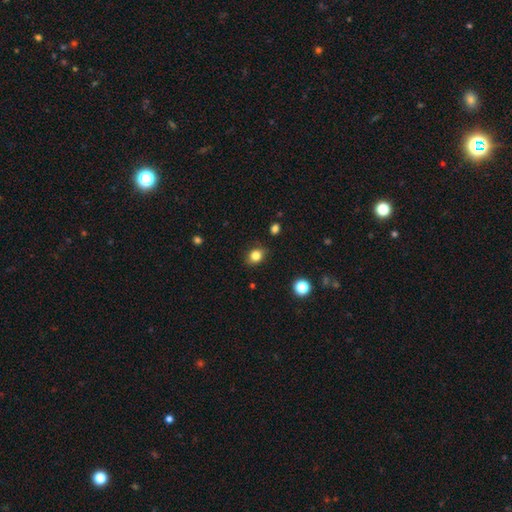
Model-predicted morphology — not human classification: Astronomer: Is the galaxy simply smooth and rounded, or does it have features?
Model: smooth — 83%.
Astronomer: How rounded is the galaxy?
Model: round — 54% (runner-up: in between, 45%).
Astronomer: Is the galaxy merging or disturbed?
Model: none — 83%.